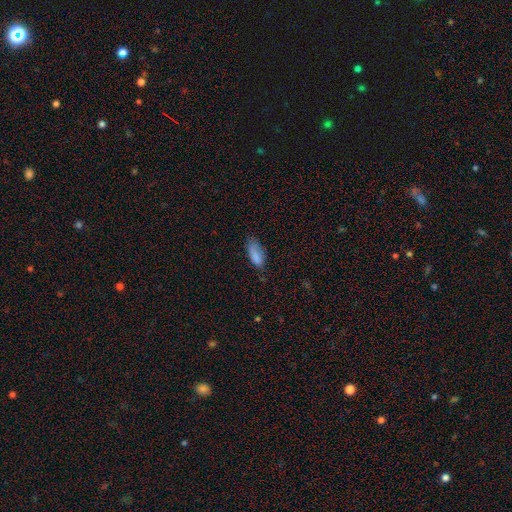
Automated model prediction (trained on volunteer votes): Smooth or featured?
  - smooth: 84% *
  - star or artifact: 9%
  - featured or disk: 7%
How rounded?
  - in between: 79% *
  - cigar-shaped: 19%
  - round: 2%
Merging?
  - none: 52% *
  - minor disturbance: 33%
  - major disturbance: 12%
  - merger: 2%